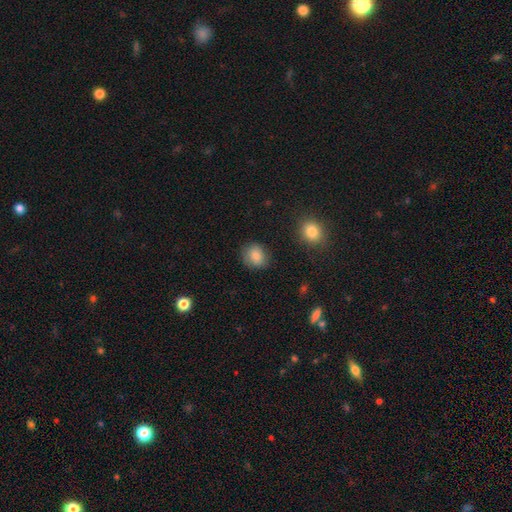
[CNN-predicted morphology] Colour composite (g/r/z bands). It shows a smooth galaxy with no disk features (83%) that is round (70%). Merging: none (83%).